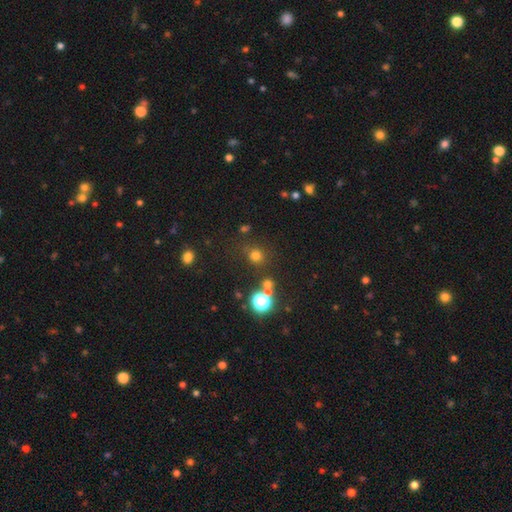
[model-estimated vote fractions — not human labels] A smooth galaxy with no disk features (63%) that is round (89%). Merging: none (77%).